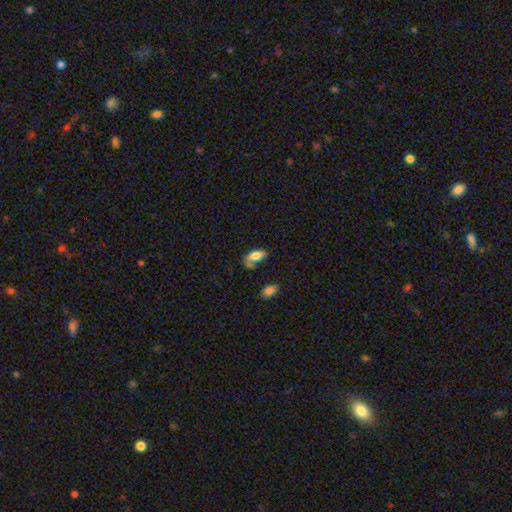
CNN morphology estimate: smooth-or-featured: smooth: 78% | featured or disk: 15% | star or artifact: 7%
  how-rounded: in between: 89% | cigar-shaped: 7% | round: 3%
  merging: none: 37% | minor disturbance: 32% | major disturbance: 21% | merger: 10%